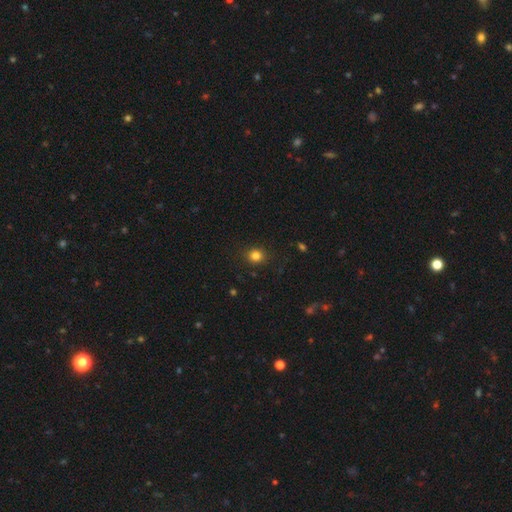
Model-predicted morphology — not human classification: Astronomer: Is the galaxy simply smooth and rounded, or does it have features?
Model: smooth — 82%.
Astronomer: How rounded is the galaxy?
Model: round — 86%.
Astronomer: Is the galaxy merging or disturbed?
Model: none — 89%.